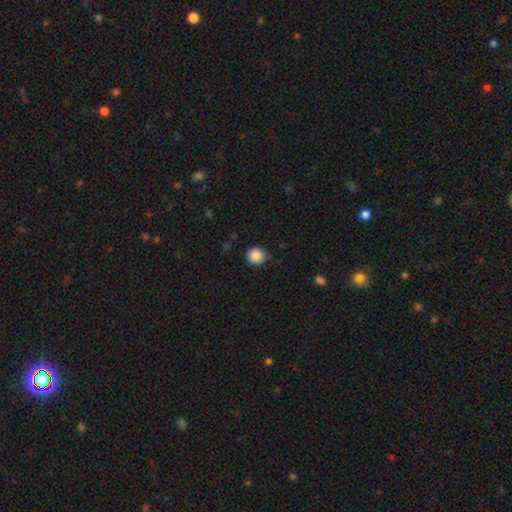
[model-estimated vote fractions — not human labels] Smooth or featured? smooth (88%)
How rounded? round (89%)
Merging? none (82%)